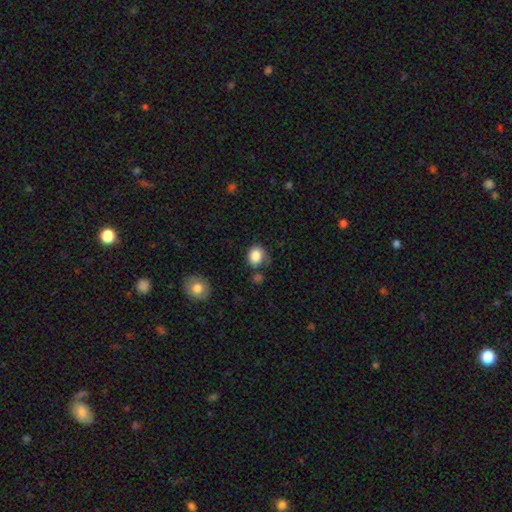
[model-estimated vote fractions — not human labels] smooth-or-featured: smooth: 85% | star or artifact: 9% | featured or disk: 6%
  how-rounded: round: 60% | in between: 39% | cigar-shaped: 1%
  merging: none: 62% | minor disturbance: 24% | major disturbance: 8% | merger: 7%